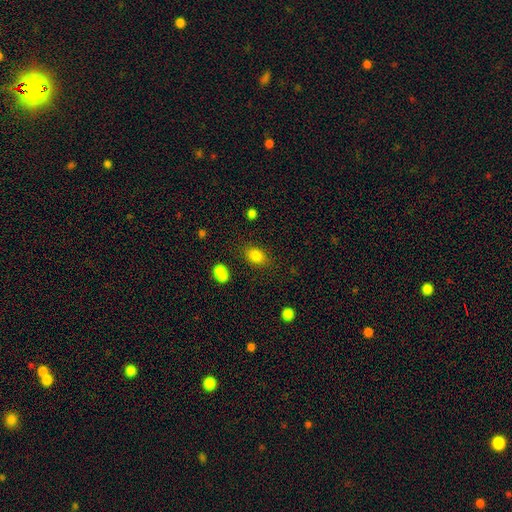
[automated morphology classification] Smooth or featured? smooth (82%)
How rounded? in between (70%)
Merging? none (79%)